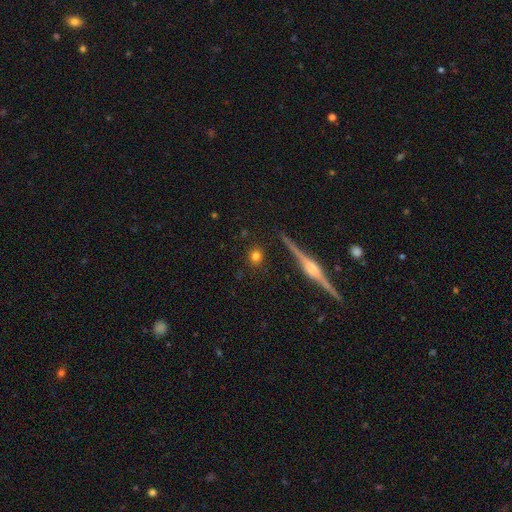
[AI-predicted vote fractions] Q: Smooth or featured?
A: smooth (76%); runner-up: star or artifact (12%)
Q: How rounded?
A: round (89%); runner-up: in between (8%)
Q: Merging?
A: none (88%); runner-up: minor disturbance (7%)